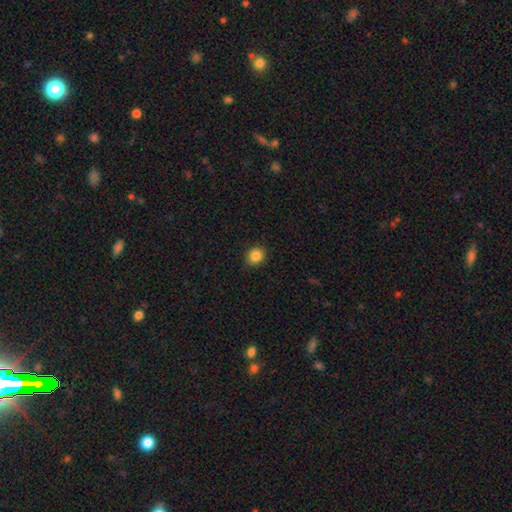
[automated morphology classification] A smooth galaxy with no disk features (86%) that is round (72%).

Vote fractions:
- Smooth or featured? smooth: 86% / star or artifact: 10% / featured or disk: 4%
- How rounded? round: 72% / in between: 27% / cigar-shaped: 1%
- Merging? none: 88% / minor disturbance: 9% / major disturbance: 2% / merger: 1%